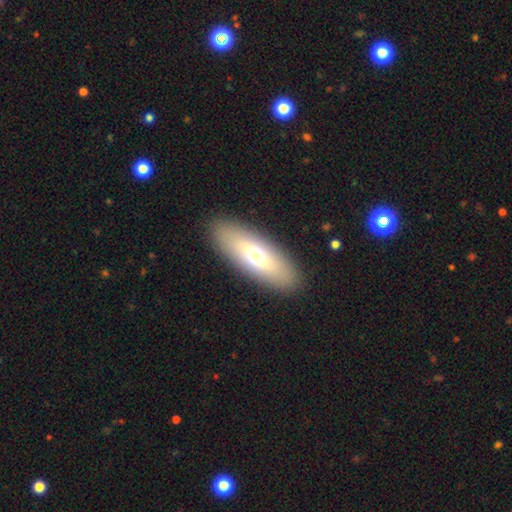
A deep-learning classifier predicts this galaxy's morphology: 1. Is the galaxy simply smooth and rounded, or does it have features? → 65% smooth, 29% featured or disk, 6% star or artifact.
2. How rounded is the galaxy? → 65% in between, 32% cigar-shaped, 2% round.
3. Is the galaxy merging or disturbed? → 90% none, 7% minor disturbance, 2% major disturbance, 1% merger.